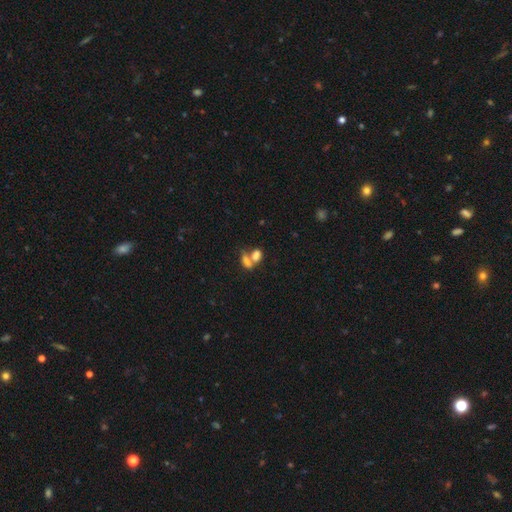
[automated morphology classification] smooth-or-featured: smooth: 75% | featured or disk: 13% | star or artifact: 11%
  how-rounded: in between: 78% | round: 17% | cigar-shaped: 5%
  merging: merger: 62% | none: 26% | minor disturbance: 7% | major disturbance: 5%